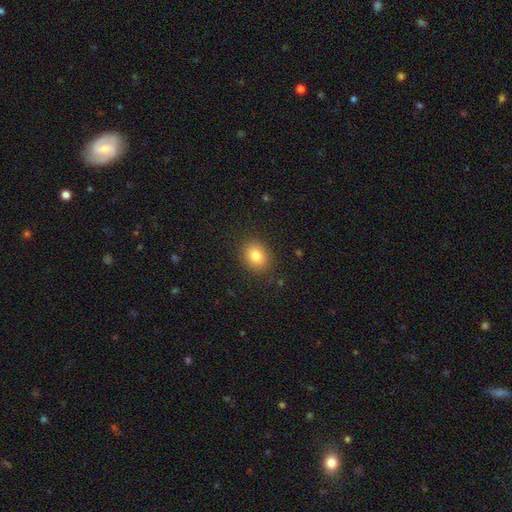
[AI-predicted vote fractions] smooth_or_featured: smooth (p=0.82) [alt: star or artifact p=0.10]
how_rounded: in between (p=0.52) [alt: round p=0.47]
merging: none (p=0.86) [alt: minor disturbance p=0.10]